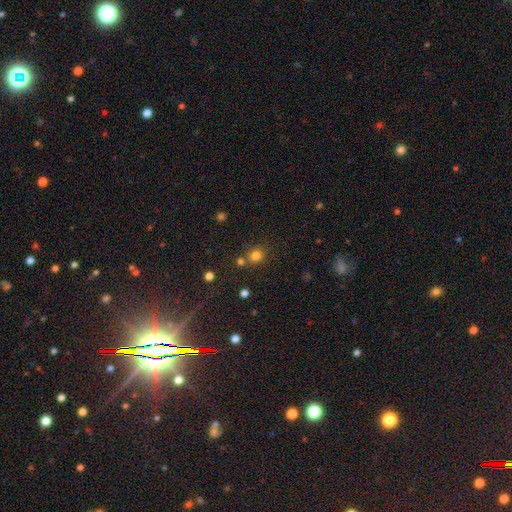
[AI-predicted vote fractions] Q: Smooth or featured?
A: smooth (77%); runner-up: star or artifact (16%)
Q: How rounded?
A: round (83%); runner-up: in between (16%)
Q: Merging?
A: none (69%); runner-up: merger (18%)